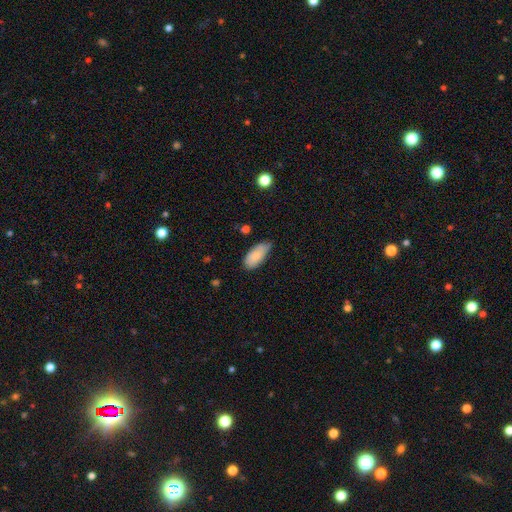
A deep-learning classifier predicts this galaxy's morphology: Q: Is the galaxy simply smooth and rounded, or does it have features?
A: smooth — 83%.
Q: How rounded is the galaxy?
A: in between — 90%.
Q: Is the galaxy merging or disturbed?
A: none — 66%.